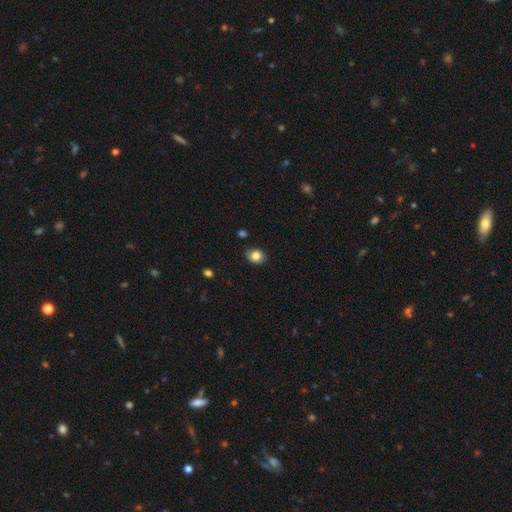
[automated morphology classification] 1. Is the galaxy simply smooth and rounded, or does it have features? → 83% smooth, 10% star or artifact, 7% featured or disk.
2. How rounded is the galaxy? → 55% round, 44% in between, 1% cigar-shaped.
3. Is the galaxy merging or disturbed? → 86% none, 11% minor disturbance, 2% major disturbance, 2% merger.